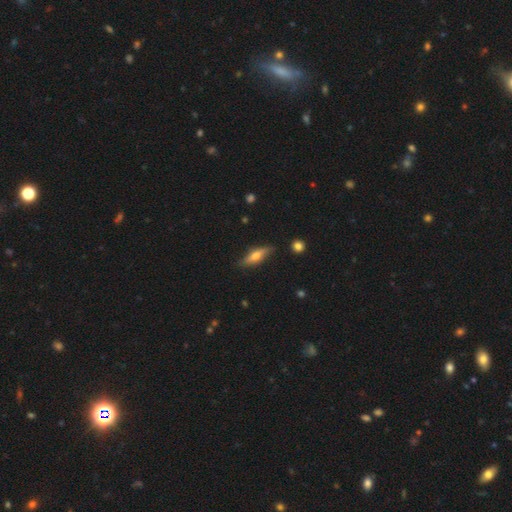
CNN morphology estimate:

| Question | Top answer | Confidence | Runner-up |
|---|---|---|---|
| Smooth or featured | featured or disk | 52% | smooth (42%) |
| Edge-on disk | yes | 88% | no (12%) |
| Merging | none | 82% | minor disturbance (14%) |